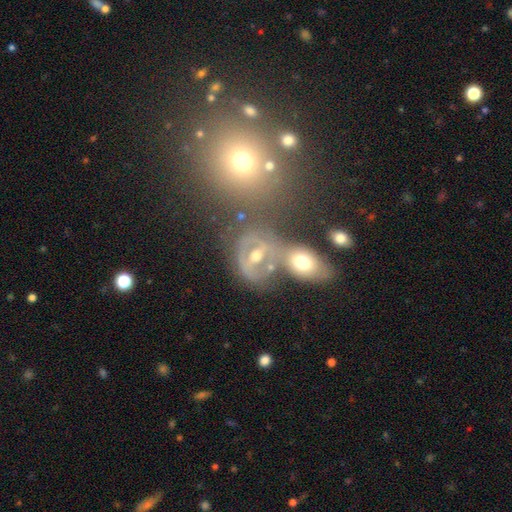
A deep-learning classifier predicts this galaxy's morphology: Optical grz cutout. It shows a featured or disk galaxy (58%) with no bar (39%), spiral arms (50%, tied with no) and a moderate central bulge (70%). Merging: none (40%).